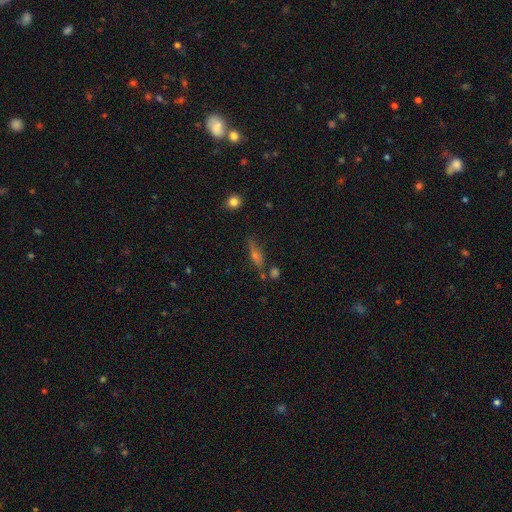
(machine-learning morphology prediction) This appears to be a smooth galaxy with no disk features (43%). Merging: none (64%).